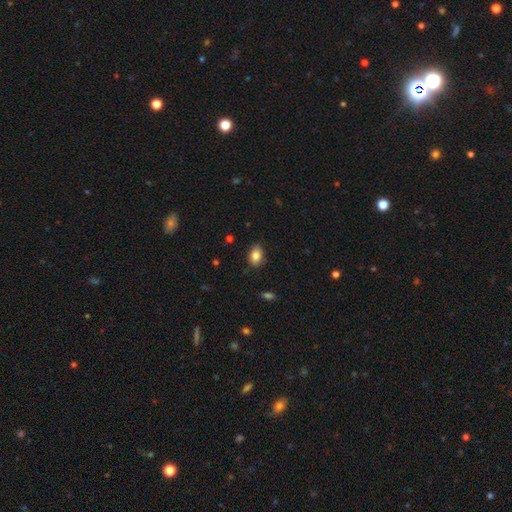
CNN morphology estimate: smooth_or_featured: smooth (p=0.85) [alt: star or artifact p=0.08]
how_rounded: in between (p=0.82) [alt: round p=0.17]
merging: none (p=0.84) [alt: minor disturbance p=0.12]